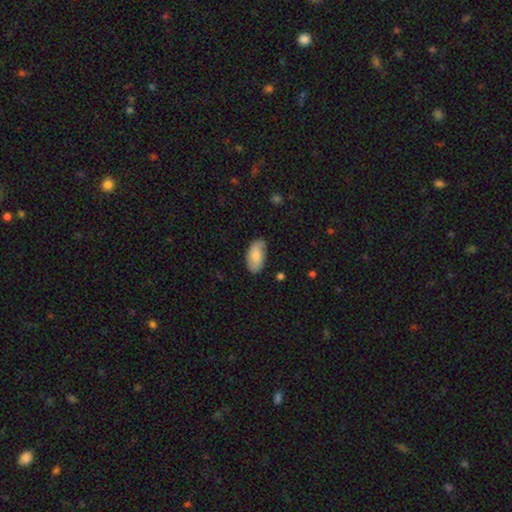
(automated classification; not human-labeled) A smooth galaxy with no disk features (73%) that is in between round and cigar-shaped (94%). Merging: none (74%).